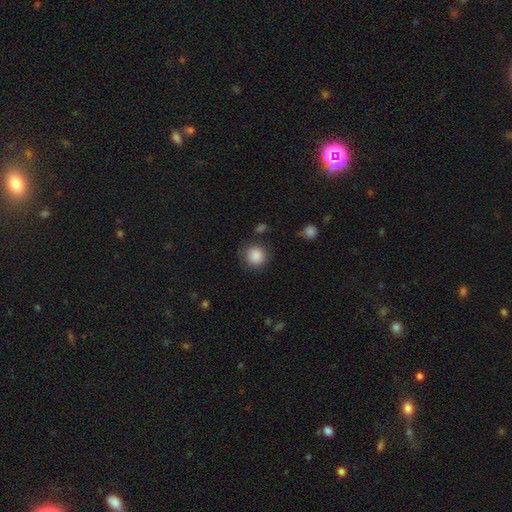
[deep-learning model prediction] Smooth or featured?
  - smooth: 87% *
  - star or artifact: 8%
  - featured or disk: 5%
How rounded?
  - round: 91% *
  - in between: 8%
  - cigar-shaped: 1%
Merging?
  - none: 79% *
  - minor disturbance: 13%
  - major disturbance: 5%
  - merger: 3%